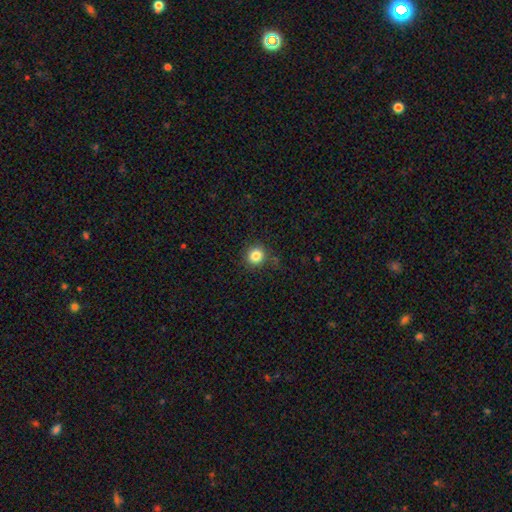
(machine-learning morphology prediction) smooth 84%, star or artifact 11%, featured or disk 5%. Down the decision tree: how rounded — round (91%); merging — none (86%).